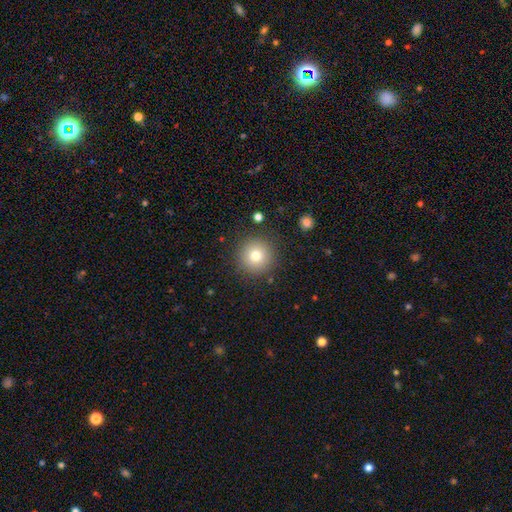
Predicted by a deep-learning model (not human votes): A smooth galaxy with no disk features (78%) that is round (95%).

Vote fractions:
- Smooth or featured? smooth: 78% / star or artifact: 12% / featured or disk: 10%
- How rounded? round: 95% / in between: 4% / cigar-shaped: 1%
- Merging? none: 89% / minor disturbance: 7% / major disturbance: 3% / merger: 2%